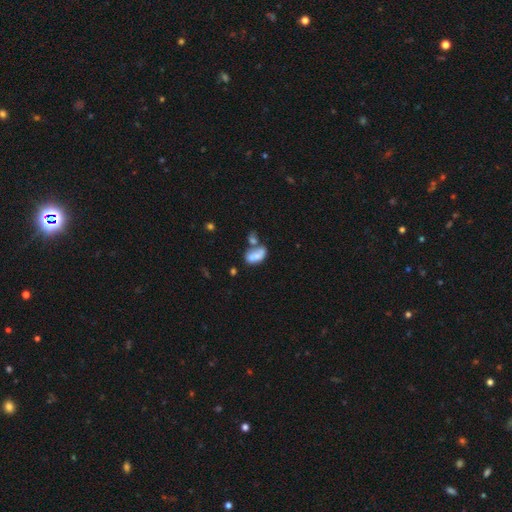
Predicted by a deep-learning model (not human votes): Q: Smooth or featured?
A: smooth (69%); runner-up: featured or disk (21%)
Q: How rounded?
A: in between (89%); runner-up: round (7%)
Q: Merging?
A: merger (48%); runner-up: none (25%)